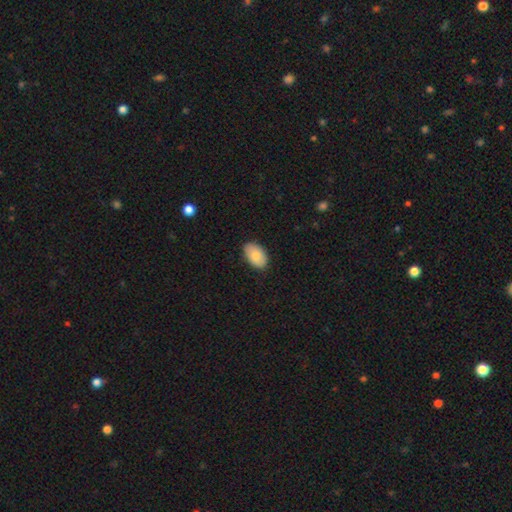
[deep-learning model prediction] Q: Smooth or featured?
A: smooth (82%); runner-up: featured or disk (11%)
Q: How rounded?
A: in between (93%); runner-up: round (6%)
Q: Merging?
A: none (86%); runner-up: minor disturbance (11%)